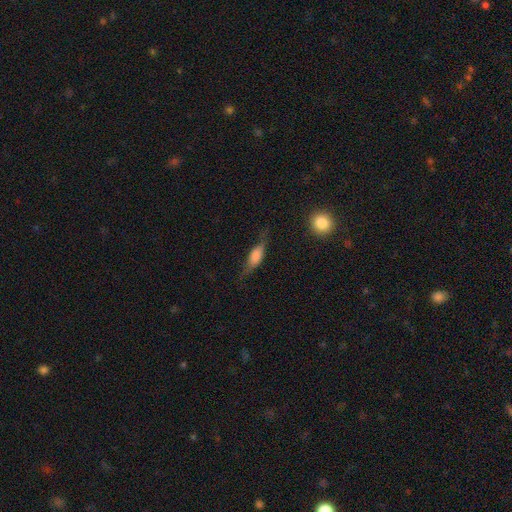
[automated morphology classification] Smooth or featured? smooth (56%)
How rounded? in between (58%)
Merging? none (61%)